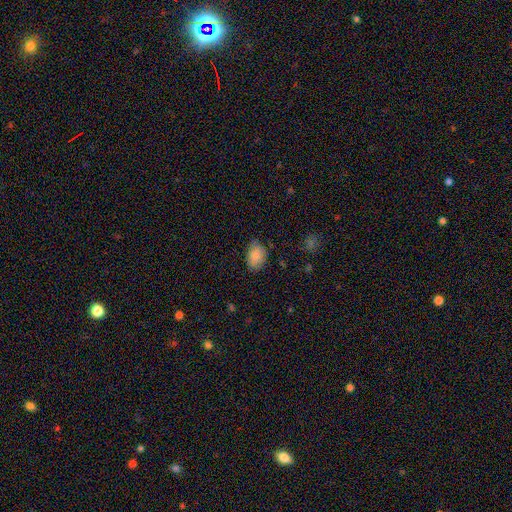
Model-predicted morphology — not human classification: Smooth or featured? Predicted: smooth (p=0.86). How rounded? Predicted: in between (p=0.81). Merging? Predicted: none (p=0.69).